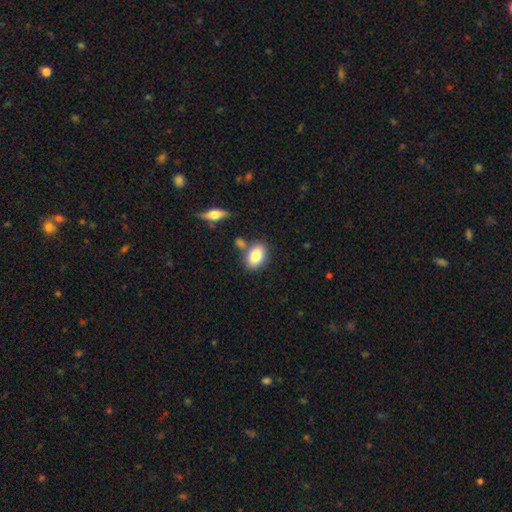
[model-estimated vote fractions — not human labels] This appears to be a smooth galaxy with no disk features (81%) that is in between round and cigar-shaped (84%). Merging: none (69%).